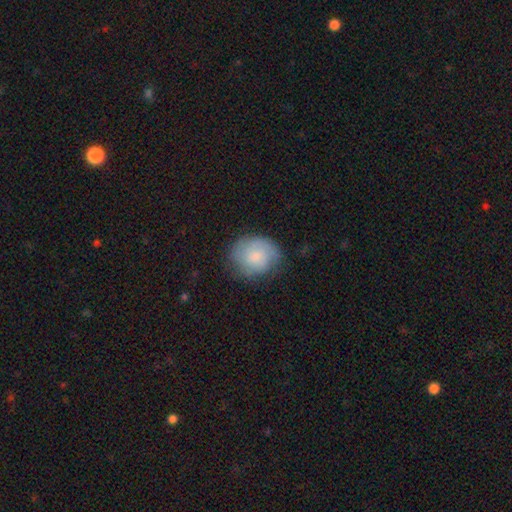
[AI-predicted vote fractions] Smooth or featured? smooth (64%)
How rounded? round (69%)
Merging? none (68%)